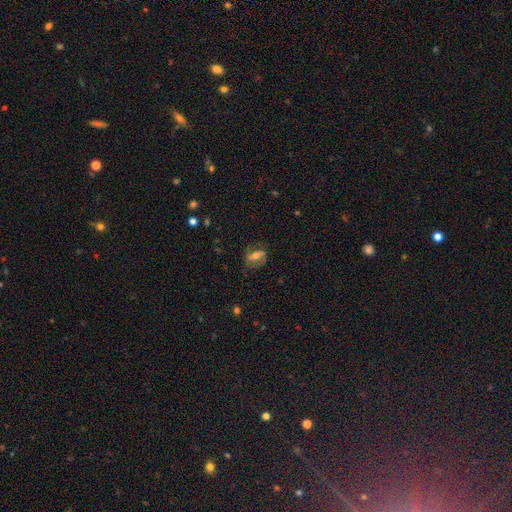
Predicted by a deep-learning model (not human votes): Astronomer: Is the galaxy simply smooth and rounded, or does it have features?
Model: featured or disk — 55% (runner-up: smooth, 35%).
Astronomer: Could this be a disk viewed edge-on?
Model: no — 89%.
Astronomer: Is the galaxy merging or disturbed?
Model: none — 69%.